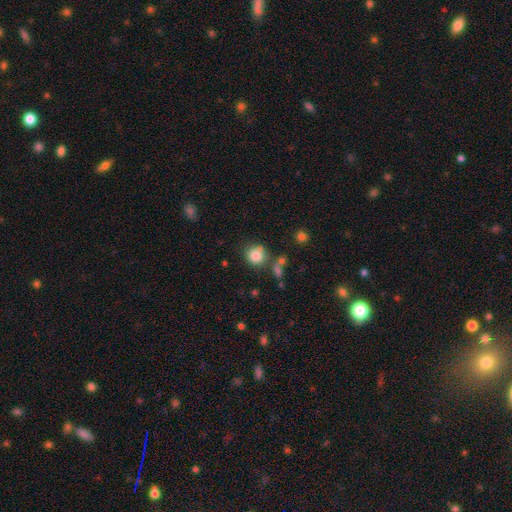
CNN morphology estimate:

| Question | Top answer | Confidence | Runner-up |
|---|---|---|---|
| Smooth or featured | smooth | 82% | star or artifact (11%) |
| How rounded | round | 89% | in between (10%) |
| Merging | none | 70% | minor disturbance (15%) |